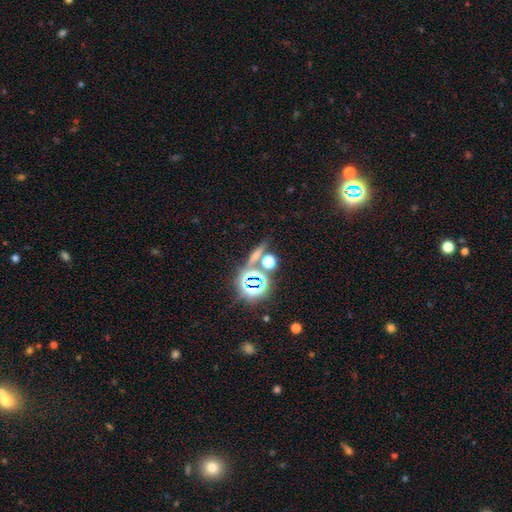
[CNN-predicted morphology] Smooth or featured: smooth — 44% (star or artifact — 39%)
Merging: none — 73% (merger — 15%)